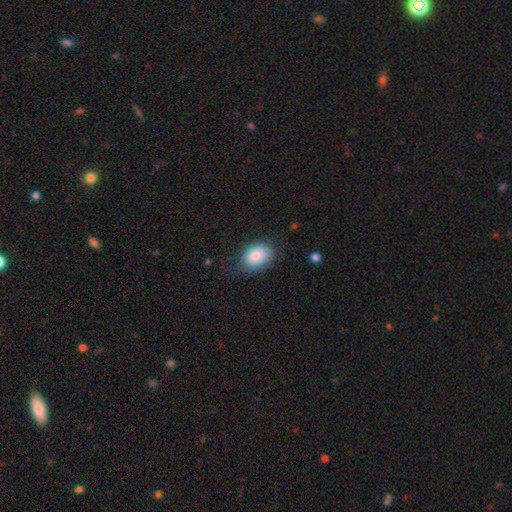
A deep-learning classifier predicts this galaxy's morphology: Smooth or featured? Predicted: smooth (p=0.83). How rounded? Predicted: in between (p=0.80). Merging? Predicted: none (p=0.66).